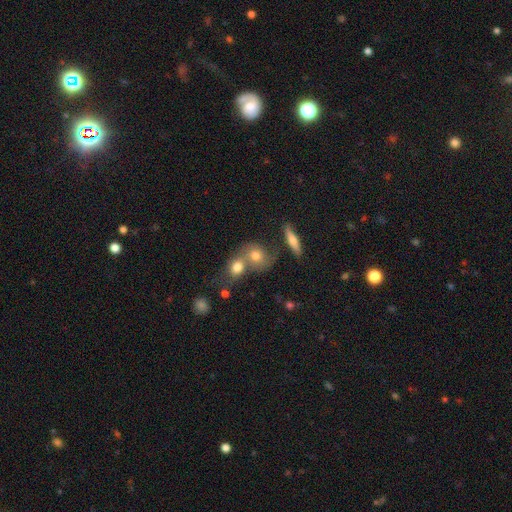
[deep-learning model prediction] smooth 69%, featured or disk 19%, star or artifact 12%. Down the decision tree: how rounded — round (62%); merging — merger (52%).